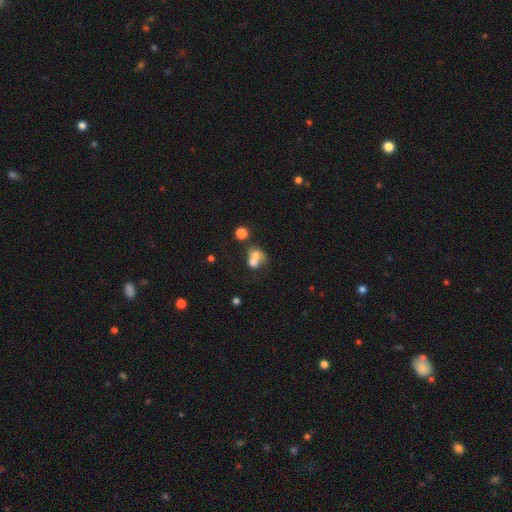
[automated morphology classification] smooth-or-featured: smooth: 64% | featured or disk: 24% | star or artifact: 12%
  how-rounded: round: 56% | in between: 43% | cigar-shaped: 1%
  merging: merger: 66% | none: 20% | minor disturbance: 8% | major disturbance: 7%